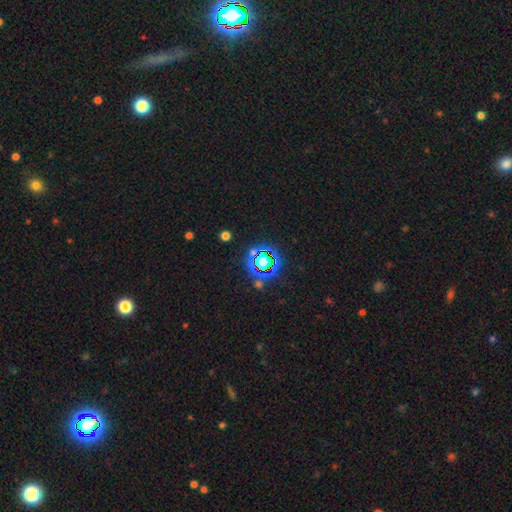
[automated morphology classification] Smooth or featured?
  - star or artifact: 77% *
  - smooth: 15%
  - featured or disk: 8%